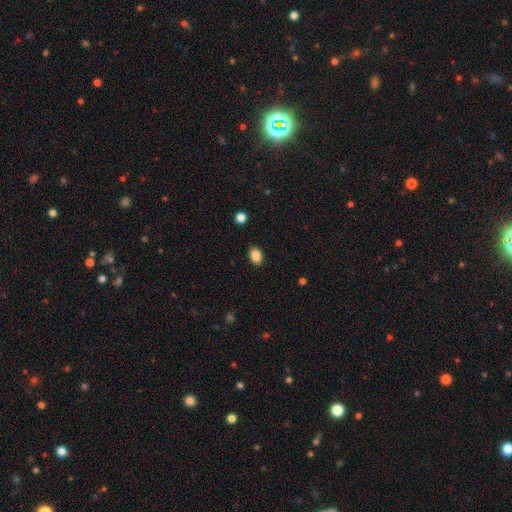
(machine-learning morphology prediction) The model was most divided on "how rounded": in between: 80%, round: 19%, cigar-shaped: 1%. More confident: merging — none (89%); smooth or featured — smooth (87%).